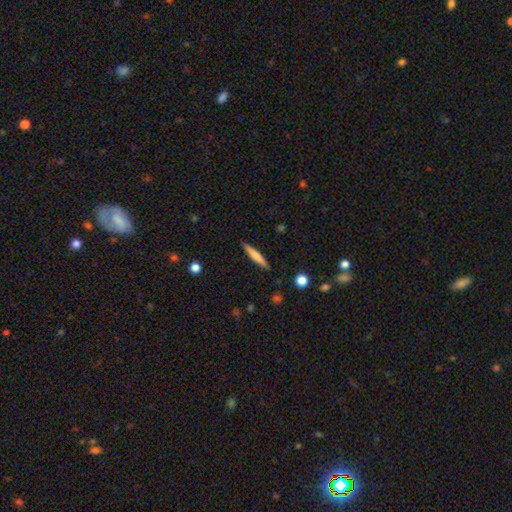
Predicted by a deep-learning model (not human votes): This appears to be a smooth galaxy with no disk features (61%) that is cigar-shaped (93%). Merging: none (89%).